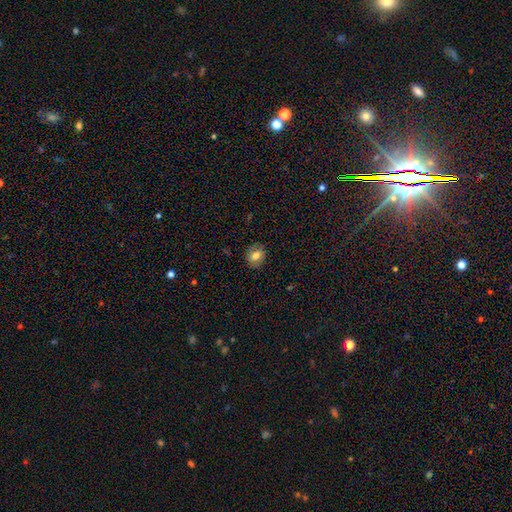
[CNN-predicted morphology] Smooth or featured?
  - smooth: 68% *
  - featured or disk: 22%
  - star or artifact: 9%
How rounded?
  - in between: 50% *
  - round: 49%
  - cigar-shaped: 1%
Merging?
  - none: 82% *
  - minor disturbance: 13%
  - major disturbance: 4%
  - merger: 1%